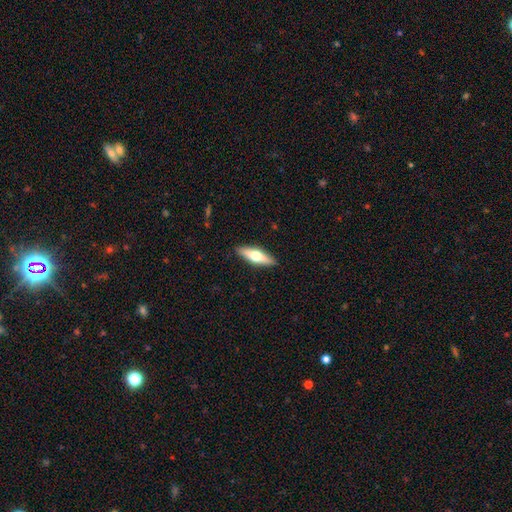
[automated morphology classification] smooth_or_featured: featured or disk (p=0.51) [alt: smooth p=0.44]
disk_edge_on: yes (p=0.92) [alt: no p=0.08]
merging: none (p=0.90) [alt: minor disturbance p=0.08]